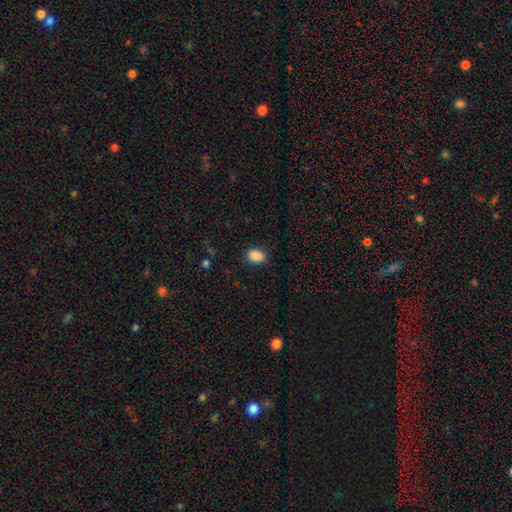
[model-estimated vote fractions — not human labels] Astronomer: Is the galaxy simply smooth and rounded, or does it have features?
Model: smooth — 88%.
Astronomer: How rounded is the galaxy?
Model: in between — 79%.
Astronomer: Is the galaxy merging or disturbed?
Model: none — 84%.